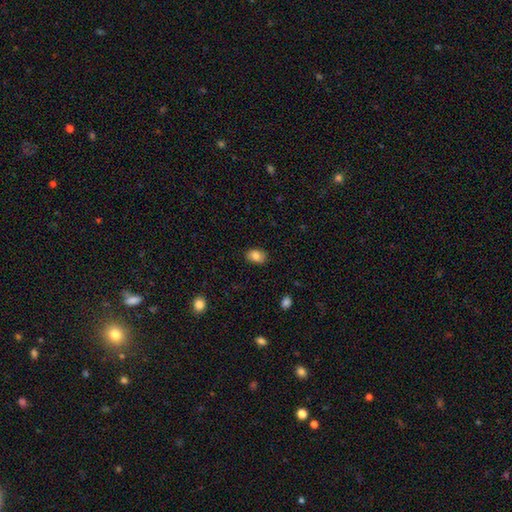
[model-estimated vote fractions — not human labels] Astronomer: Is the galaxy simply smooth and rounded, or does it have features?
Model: smooth — 83%.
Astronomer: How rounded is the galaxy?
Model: in between — 76%.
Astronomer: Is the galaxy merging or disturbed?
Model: none — 85%.